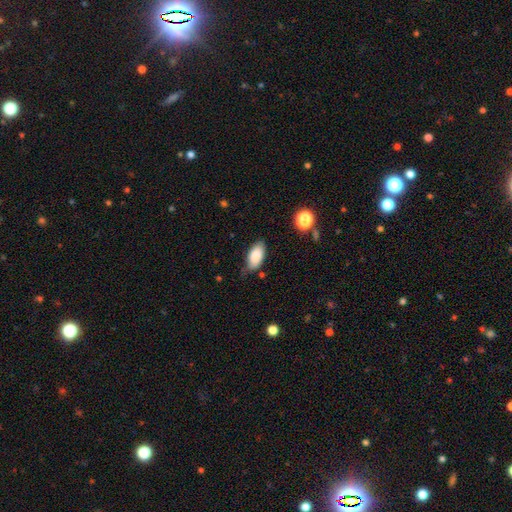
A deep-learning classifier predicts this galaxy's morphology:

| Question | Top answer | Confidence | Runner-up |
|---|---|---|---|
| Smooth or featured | smooth | 85% | featured or disk (8%) |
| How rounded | in between | 93% | cigar-shaped (4%) |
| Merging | none | 69% | minor disturbance (24%) |